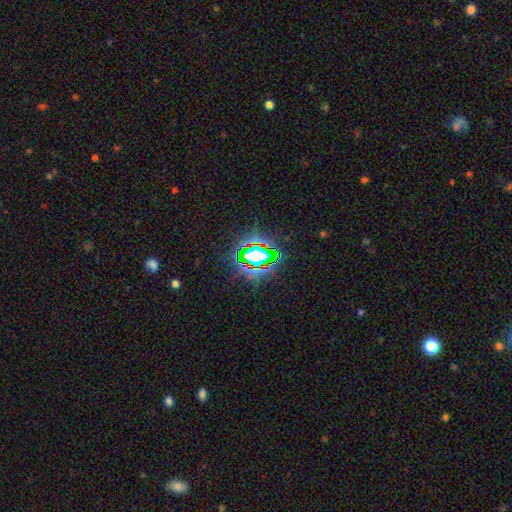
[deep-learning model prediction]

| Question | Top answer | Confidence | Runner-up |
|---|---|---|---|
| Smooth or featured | star or artifact | 74% | smooth (15%) |